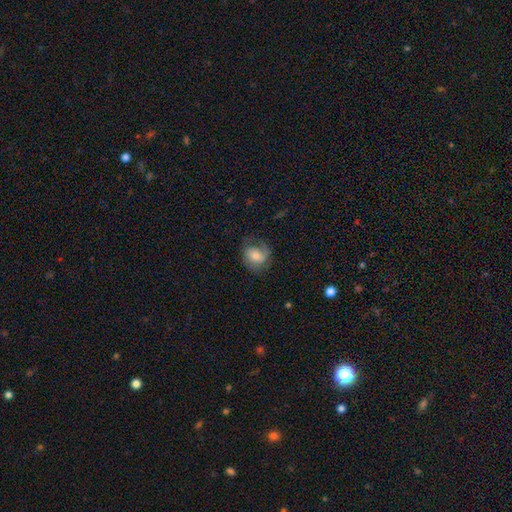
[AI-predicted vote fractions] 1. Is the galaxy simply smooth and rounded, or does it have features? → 50% smooth, 42% featured or disk, 8% star or artifact.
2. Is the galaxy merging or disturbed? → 60% none, 23% minor disturbance, 16% major disturbance, 1% merger.